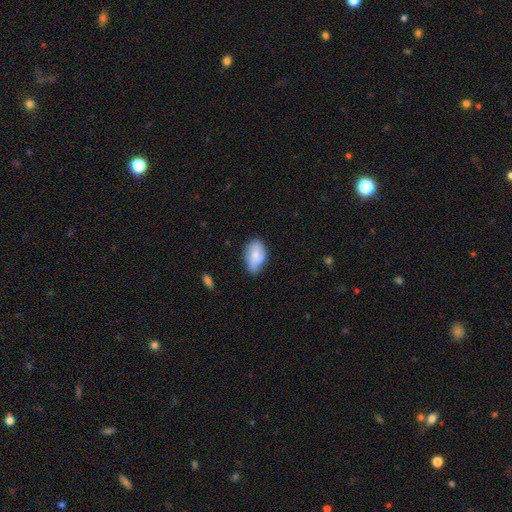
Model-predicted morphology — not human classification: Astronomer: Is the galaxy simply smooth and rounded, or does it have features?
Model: smooth — 67%.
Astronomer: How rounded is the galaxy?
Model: in between — 90%.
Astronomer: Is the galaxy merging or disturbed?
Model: none — 50% (runner-up: minor disturbance, 38%).